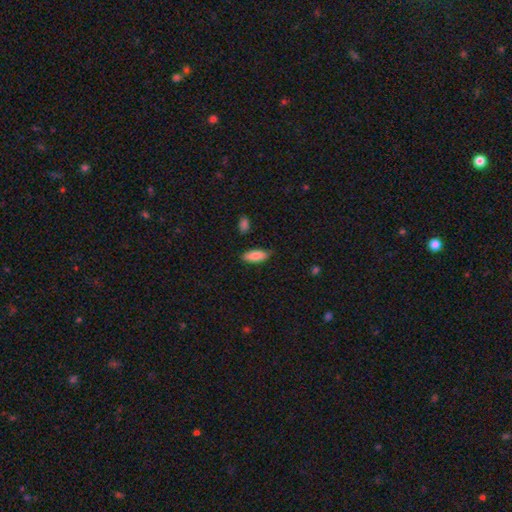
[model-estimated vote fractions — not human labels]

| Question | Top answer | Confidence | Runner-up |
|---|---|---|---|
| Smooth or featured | smooth | 86% | featured or disk (8%) |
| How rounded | in between | 76% | cigar-shaped (22%) |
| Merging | none | 77% | minor disturbance (18%) |